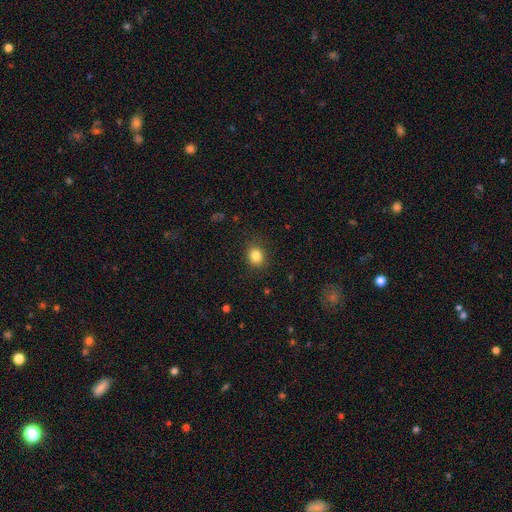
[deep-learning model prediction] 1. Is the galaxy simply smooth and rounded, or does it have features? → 84% smooth, 11% star or artifact, 5% featured or disk.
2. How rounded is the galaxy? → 68% round, 31% in between, 1% cigar-shaped.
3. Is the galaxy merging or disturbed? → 87% none, 9% minor disturbance, 3% major disturbance, 1% merger.